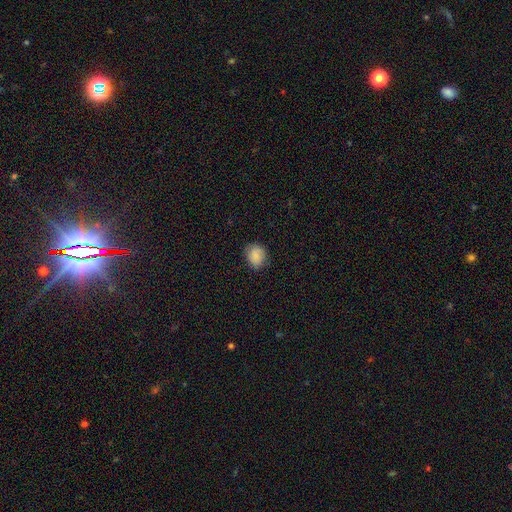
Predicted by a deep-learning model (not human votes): Smooth or featured? Predicted: smooth (p=0.83). How rounded? Predicted: round (p=0.67). Merging? Predicted: none (p=0.77).